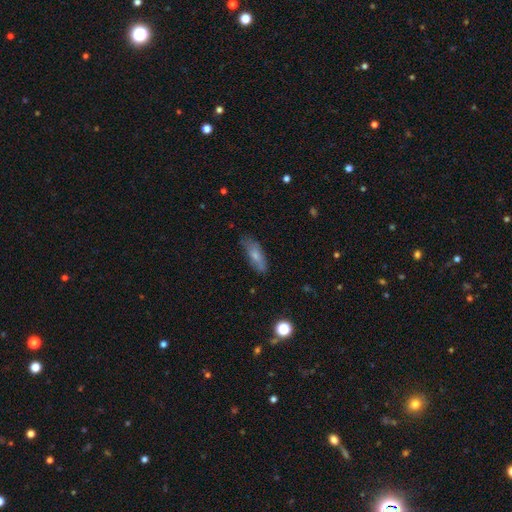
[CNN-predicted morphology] A smooth galaxy with no disk features (71%) that is in between round and cigar-shaped (62%). Merging: none (68%).